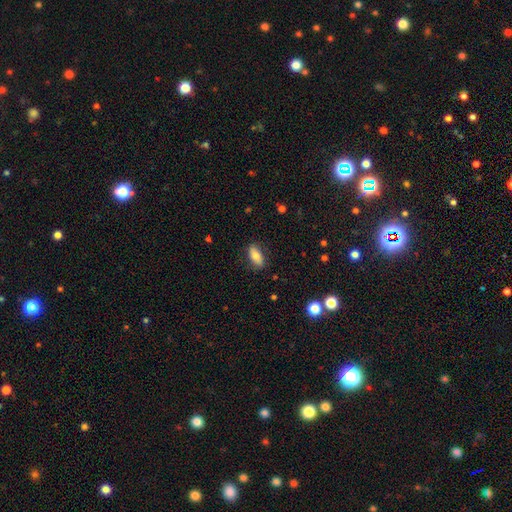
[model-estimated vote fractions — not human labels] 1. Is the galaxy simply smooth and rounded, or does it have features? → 75% smooth, 17% featured or disk, 7% star or artifact.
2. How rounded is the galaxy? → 86% in between, 11% cigar-shaped, 4% round.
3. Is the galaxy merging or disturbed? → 83% none, 13% minor disturbance, 3% major disturbance, 1% merger.